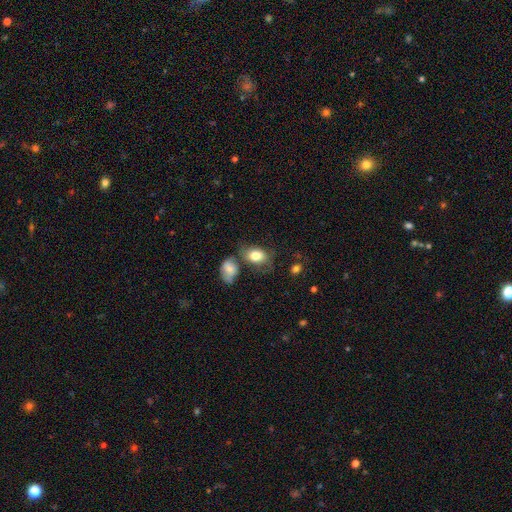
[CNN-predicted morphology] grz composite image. It shows a smooth galaxy with no disk features (80%) that is in between round and cigar-shaped (81%). Merging: none (49%).